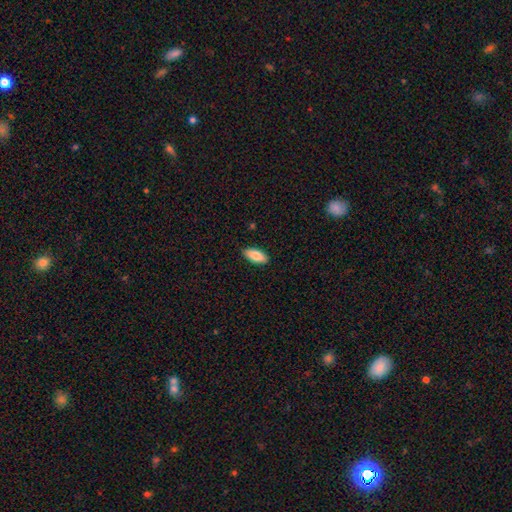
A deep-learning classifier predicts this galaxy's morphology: Overall: smooth (84%). How rounded: in between (87%). Merging: none (89%).